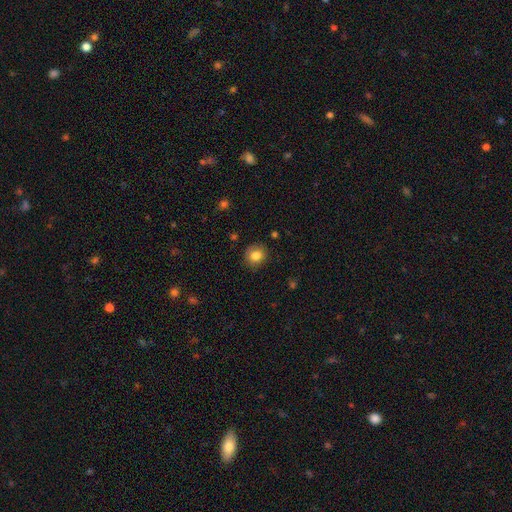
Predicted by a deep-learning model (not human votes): The model was most divided on "how rounded": round: 77%, in between: 22%, cigar-shaped: 1%. More confident: merging — none (84%); smooth or featured — smooth (82%).